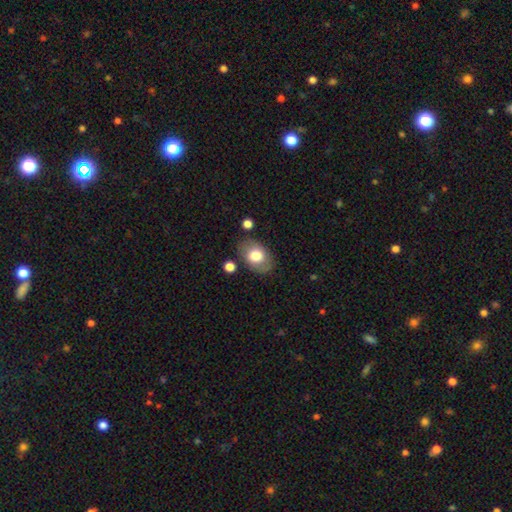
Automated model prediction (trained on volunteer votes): Smooth or featured? smooth (73%)
How rounded? in between (82%)
Merging? none (79%)